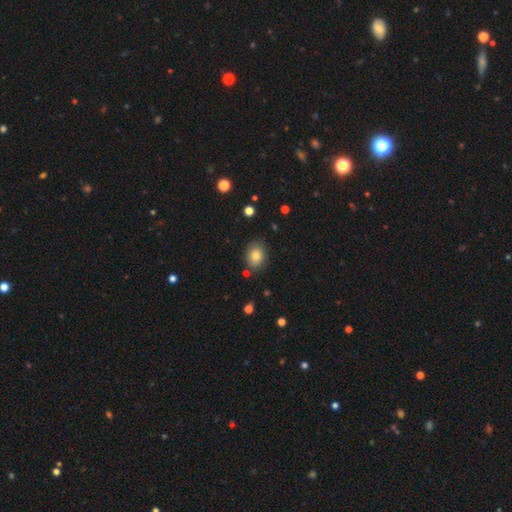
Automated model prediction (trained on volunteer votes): Smooth or featured? smooth (82%)
How rounded? in between (58%)
Merging? none (82%)